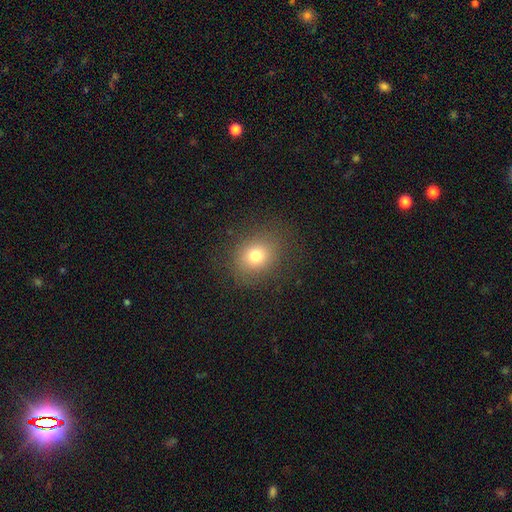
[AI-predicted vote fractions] smooth-or-featured: smooth: 76% | star or artifact: 14% | featured or disk: 10%
  how-rounded: round: 67% | in between: 33% | cigar-shaped: 1%
  merging: none: 83% | minor disturbance: 10% | major disturbance: 6% | merger: 1%